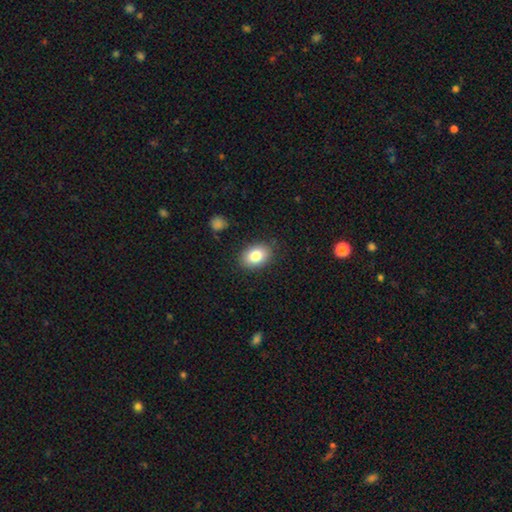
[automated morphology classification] smooth-or-featured: smooth: 81% | featured or disk: 10% | star or artifact: 8%
  how-rounded: in between: 79% | round: 20% | cigar-shaped: 1%
  merging: none: 86% | minor disturbance: 10% | major disturbance: 3% | merger: 1%